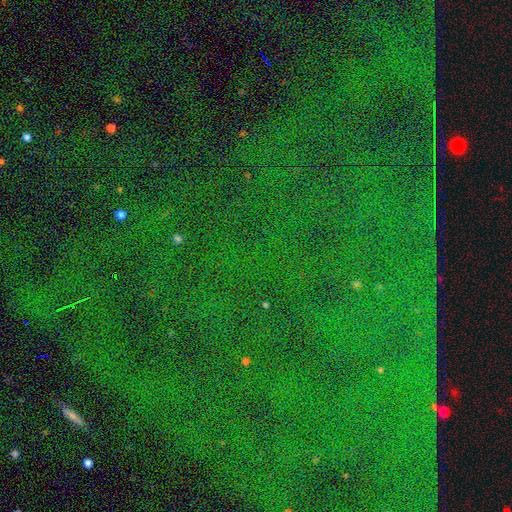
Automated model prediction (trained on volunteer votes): The model was most divided on "smooth or featured": star or artifact: 85%, smooth: 8%, featured or disk: 7%.